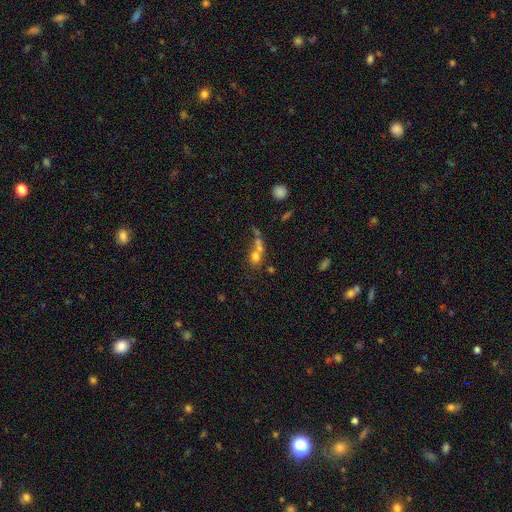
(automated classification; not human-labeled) A smooth galaxy with no disk features (63%) that is round (68%).

Vote fractions:
- Smooth or featured? smooth: 63% / featured or disk: 20% / star or artifact: 17%
- How rounded? round: 68% / in between: 28% / cigar-shaped: 4%
- Merging? merger: 58% / none: 28% / minor disturbance: 7% / major disturbance: 6%